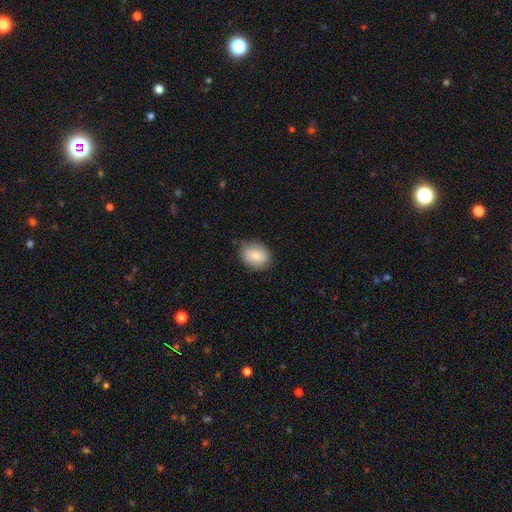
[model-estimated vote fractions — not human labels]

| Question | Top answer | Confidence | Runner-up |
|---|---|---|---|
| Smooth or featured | smooth | 80% | featured or disk (12%) |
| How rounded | in between | 51% | round (48%) |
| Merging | none | 82% | minor disturbance (14%) |